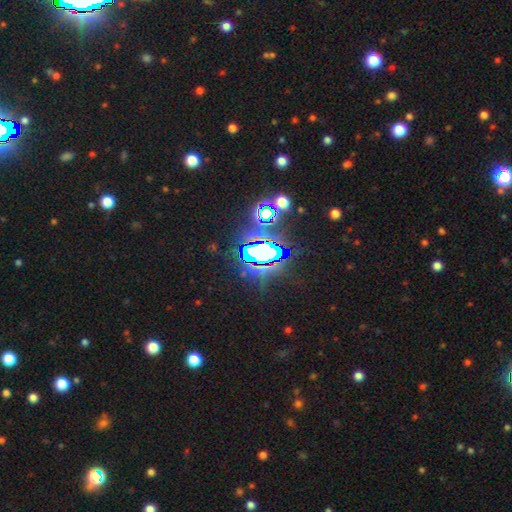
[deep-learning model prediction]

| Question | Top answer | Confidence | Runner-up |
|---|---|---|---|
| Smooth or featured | star or artifact | 78% | smooth (12%) |